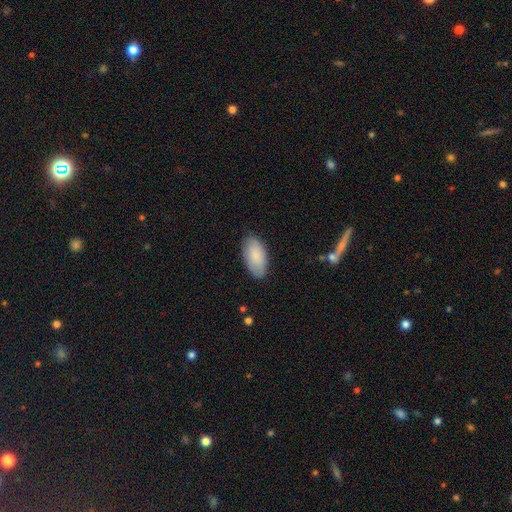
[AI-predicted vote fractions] This appears to be a smooth galaxy with no disk features (81%) that is in between round and cigar-shaped (94%). Merging: none (80%).